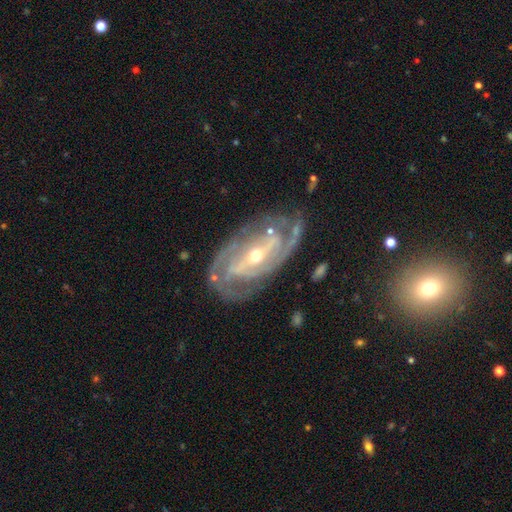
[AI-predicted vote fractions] smooth_or_featured: featured or disk (p=0.90) [alt: star or artifact p=0.05]
disk_edge_on: no (p=0.95) [alt: yes p=0.05]
bar: strong (p=0.44) [alt: weak p=0.35]
has_spiral_arms: yes (p=0.96) [alt: no p=0.04]
spiral_winding: tight (p=0.56) [alt: medium p=0.36]
spiral_arm_count: 2 (p=0.42) [alt: 3 p=0.23]
bulge_size: moderate (p=0.51) [alt: small p=0.45]
merging: none (p=0.72) [alt: minor disturbance p=0.18]